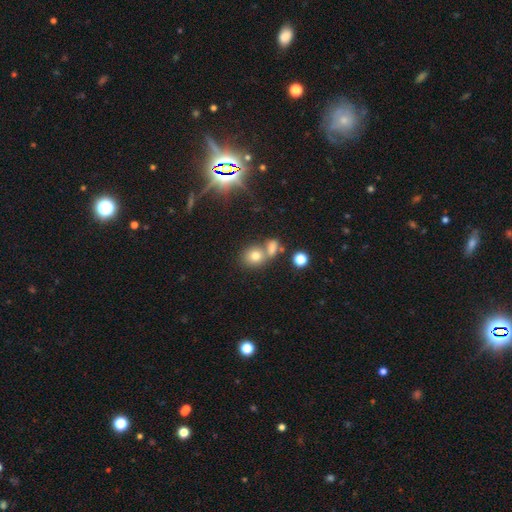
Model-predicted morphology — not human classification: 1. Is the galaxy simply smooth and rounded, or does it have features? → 71% smooth, 18% star or artifact, 12% featured or disk.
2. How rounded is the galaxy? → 63% round, 35% in between, 2% cigar-shaped.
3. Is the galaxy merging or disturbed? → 46% none, 39% merger, 10% minor disturbance, 5% major disturbance.